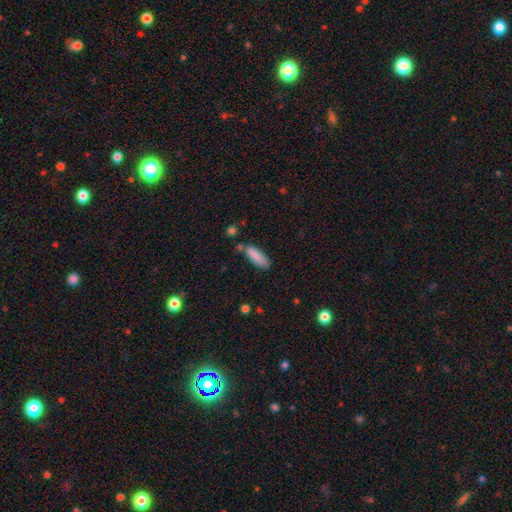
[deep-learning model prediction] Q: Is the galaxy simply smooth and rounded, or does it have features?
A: smooth — 87%.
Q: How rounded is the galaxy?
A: in between — 63%.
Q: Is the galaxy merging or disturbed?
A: none — 71%.